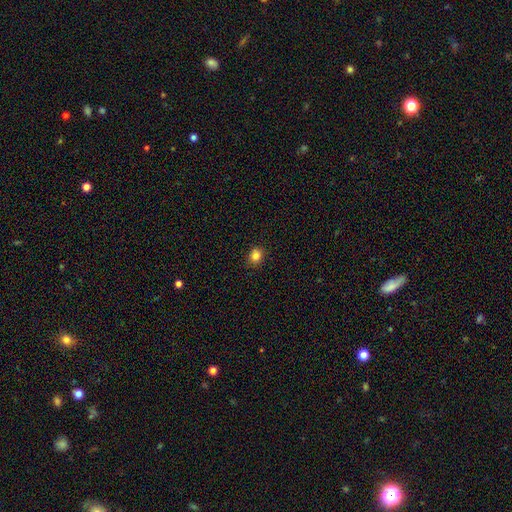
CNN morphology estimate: smooth-or-featured: smooth: 83% | star or artifact: 12% | featured or disk: 5%
  how-rounded: round: 78% | in between: 21% | cigar-shaped: 1%
  merging: none: 91% | minor disturbance: 7% | major disturbance: 2% | merger: 1%